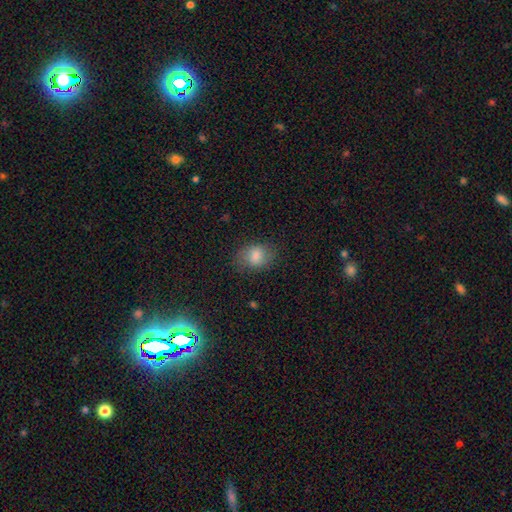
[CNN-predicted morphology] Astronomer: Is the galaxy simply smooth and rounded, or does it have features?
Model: smooth — 76%.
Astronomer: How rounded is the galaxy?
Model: in between — 71%.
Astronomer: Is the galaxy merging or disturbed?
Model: none — 75%.